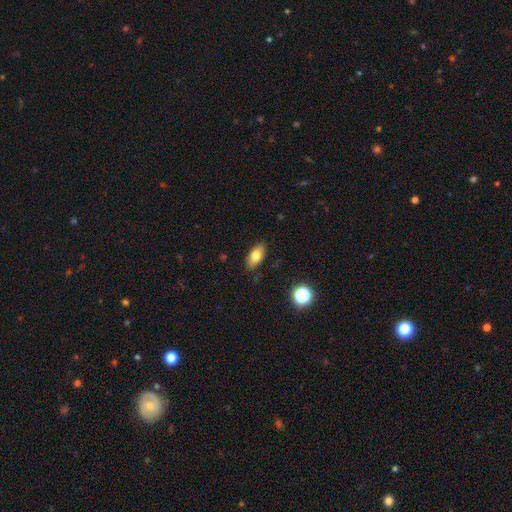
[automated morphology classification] Q: Smooth or featured?
A: smooth (78%); runner-up: featured or disk (14%)
Q: How rounded?
A: in between (87%); runner-up: cigar-shaped (9%)
Q: Merging?
A: none (87%); runner-up: minor disturbance (10%)